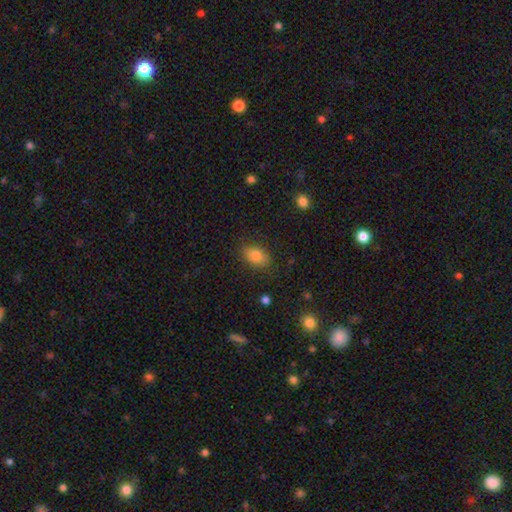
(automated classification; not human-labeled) The model was most divided on "how rounded": in between: 84%, round: 14%, cigar-shaped: 2%. More confident: merging — none (83%); smooth or featured — smooth (83%).